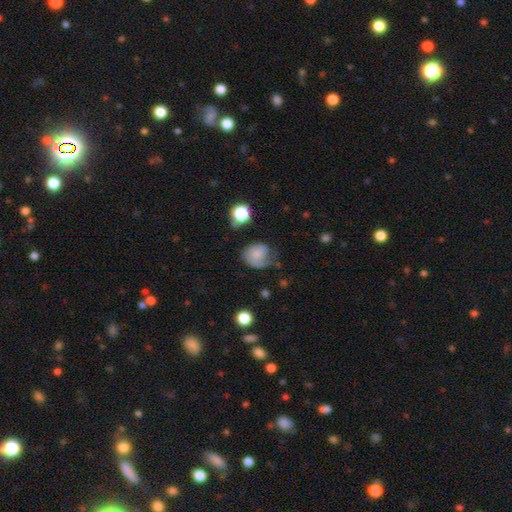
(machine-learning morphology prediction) Q: Smooth or featured?
A: smooth (55%); runner-up: featured or disk (35%)
Q: How rounded?
A: round (65%); runner-up: in between (34%)
Q: Merging?
A: none (42%); runner-up: minor disturbance (31%)